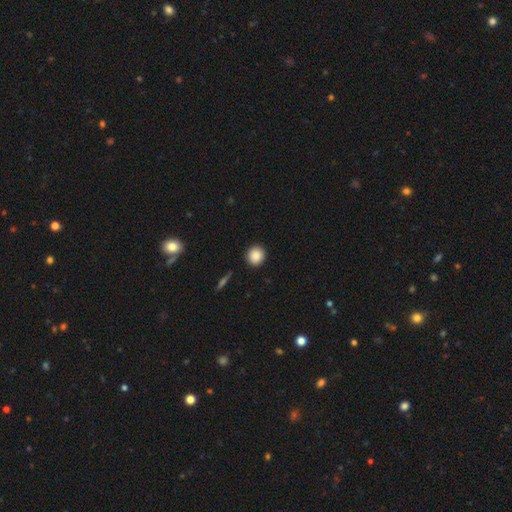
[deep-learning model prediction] Morphology: type=smooth (88%); roundness=round (90%); merging=none (92%).